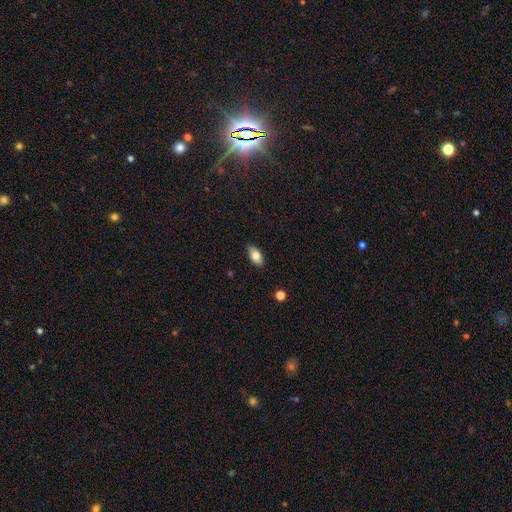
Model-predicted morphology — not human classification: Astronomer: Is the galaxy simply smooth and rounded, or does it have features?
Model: smooth — 79%.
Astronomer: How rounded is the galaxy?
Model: in between — 91%.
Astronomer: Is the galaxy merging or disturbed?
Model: none — 86%.